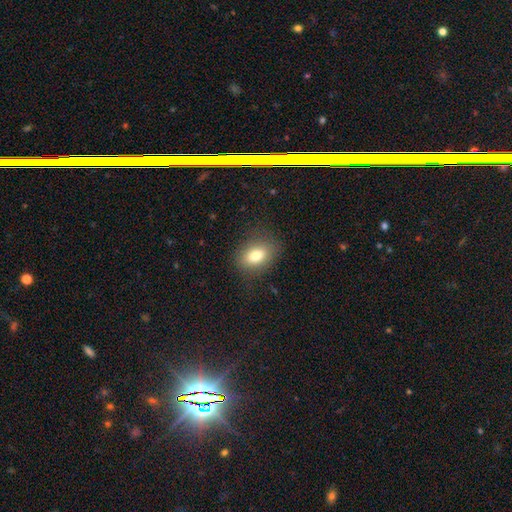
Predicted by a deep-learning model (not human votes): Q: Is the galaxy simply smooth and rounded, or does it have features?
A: smooth — 80%.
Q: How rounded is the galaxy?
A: in between — 79%.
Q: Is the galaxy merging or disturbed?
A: none — 81%.